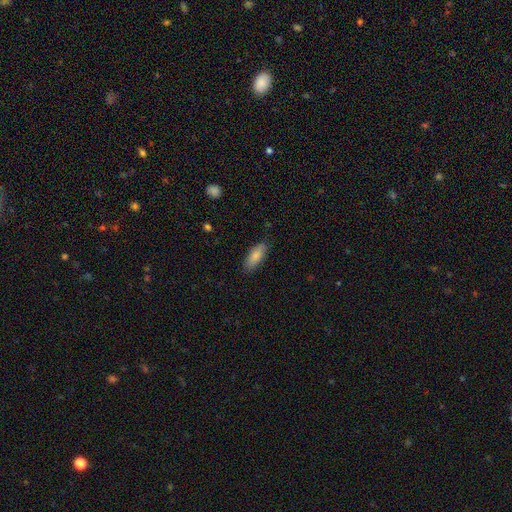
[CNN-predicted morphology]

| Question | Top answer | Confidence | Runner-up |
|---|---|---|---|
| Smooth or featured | smooth | 83% | featured or disk (11%) |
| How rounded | in between | 75% | cigar-shaped (23%) |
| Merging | none | 85% | minor disturbance (12%) |